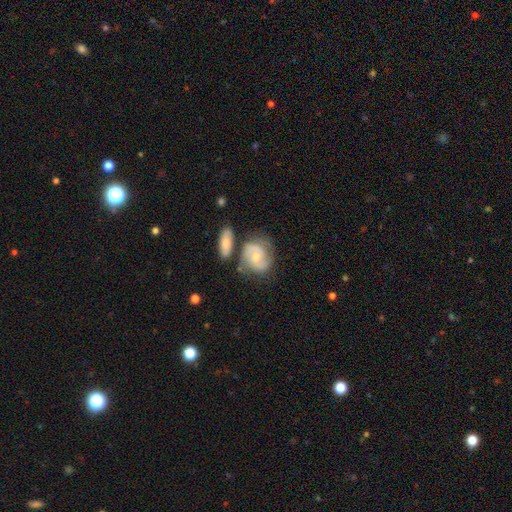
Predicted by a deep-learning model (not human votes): smooth_or_featured: featured or disk (p=0.72) [alt: smooth p=0.22]
disk_edge_on: no (p=0.97) [alt: yes p=0.03]
bar: no (p=0.60) [alt: weak p=0.33]
has_spiral_arms: yes (p=0.92) [alt: no p=0.08]
spiral_winding: medium (p=0.49) [alt: tight p=0.32]
spiral_arm_count: 2 (p=0.79) [alt: can't tell p=0.10]
bulge_size: small (p=0.54) [alt: moderate p=0.41]
merging: none (p=0.55) [alt: minor disturbance p=0.20]